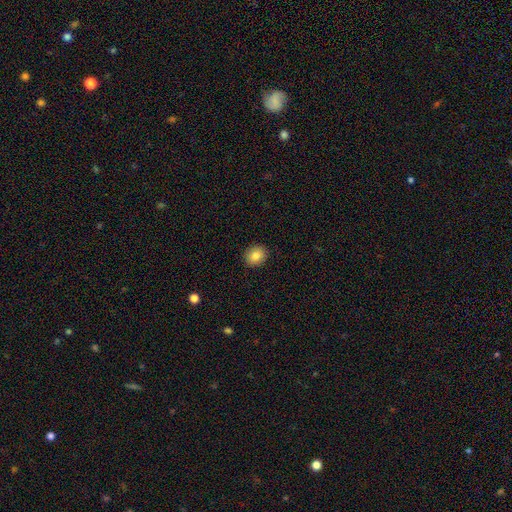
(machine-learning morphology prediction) smooth 84%, star or artifact 9%, featured or disk 7%. Down the decision tree: how rounded — round (73%); merging — none (91%).